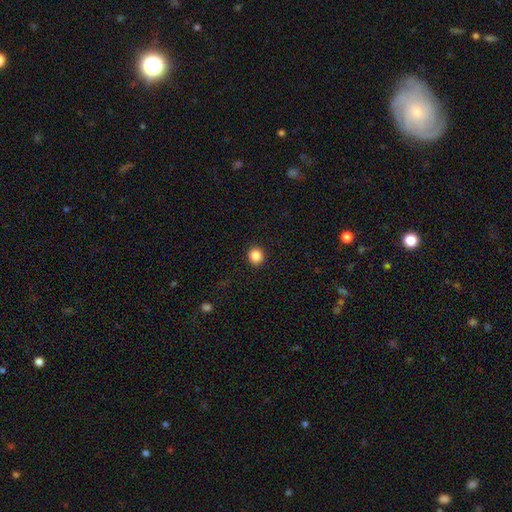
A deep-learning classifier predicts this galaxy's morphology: This appears to be a smooth galaxy with no disk features (87%) that is round (87%). Merging: none (92%).